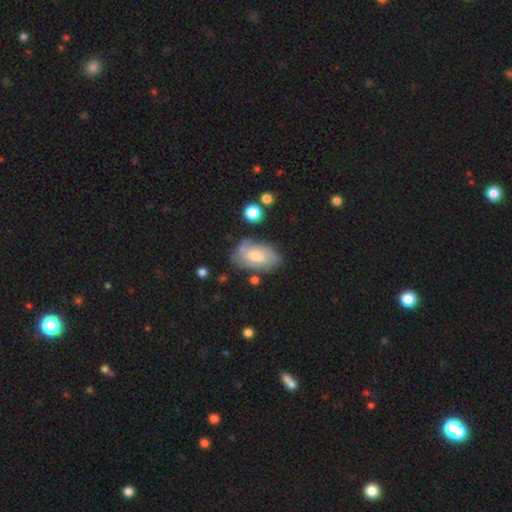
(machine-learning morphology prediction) featured or disk 48%, smooth 45%, star or artifact 7%. Down the decision tree: merging — none (56%).